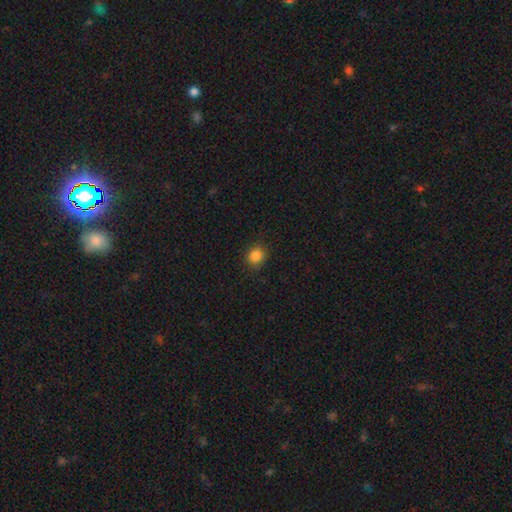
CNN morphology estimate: type=smooth (85%); roundness=round (72%); merging=none (87%).